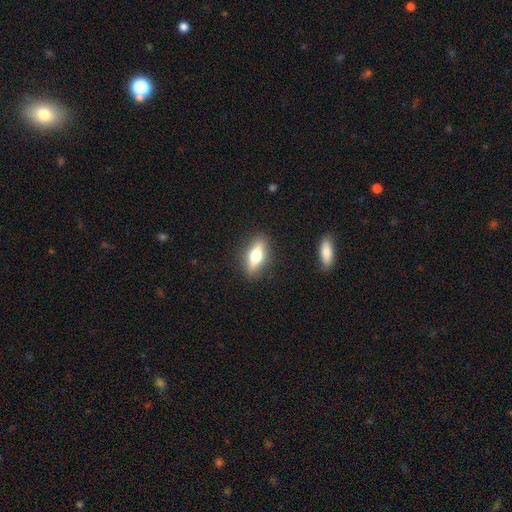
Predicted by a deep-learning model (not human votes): This is possibly a smooth galaxy (56%). How rounded: likely in between (64%). Merging: clearly none (88%).